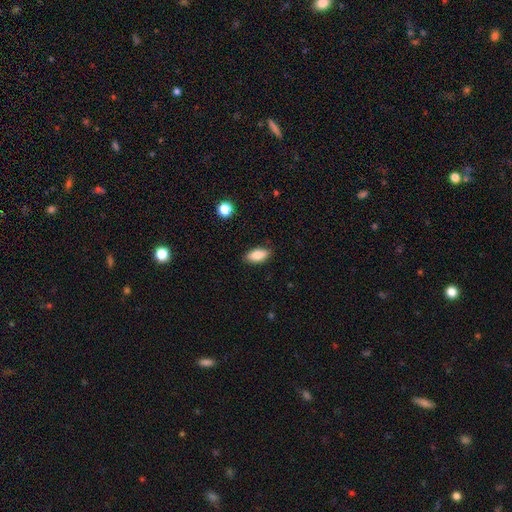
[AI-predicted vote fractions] Smooth or featured: smooth — 84% (featured or disk — 8%)
How rounded: in between — 91% (cigar-shaped — 7%)
Merging: none — 86% (minor disturbance — 10%)